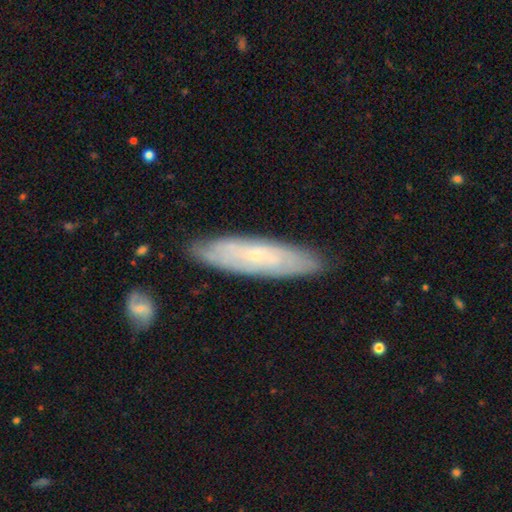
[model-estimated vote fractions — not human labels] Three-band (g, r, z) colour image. It shows a featured or disk galaxy (58%). Merging: none (84%).